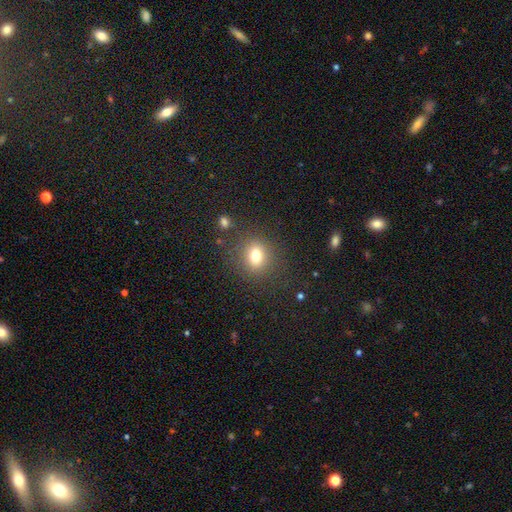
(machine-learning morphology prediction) Q: Smooth or featured?
A: smooth (78%); runner-up: star or artifact (13%)
Q: How rounded?
A: round (52%); runner-up: in between (46%)
Q: Merging?
A: none (83%); runner-up: minor disturbance (10%)